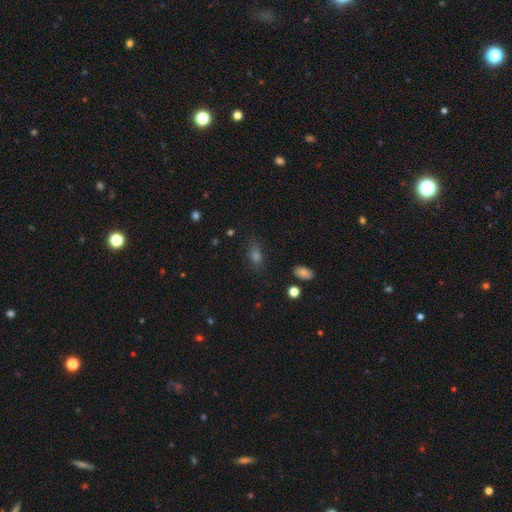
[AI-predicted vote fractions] Overall: smooth (61%; star or artifact 25%). How rounded: in between (68%). Merging: none (73%).